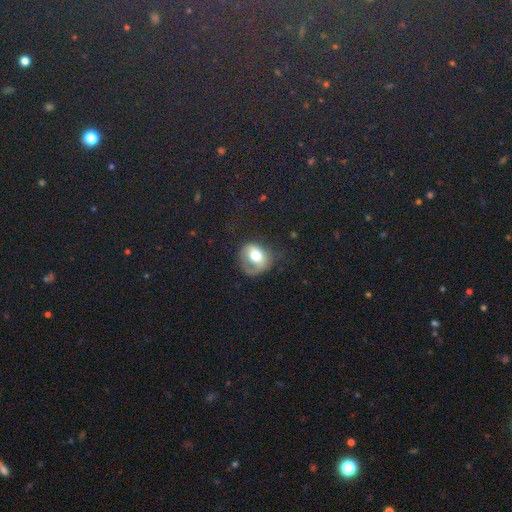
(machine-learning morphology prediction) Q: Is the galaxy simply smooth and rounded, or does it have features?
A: smooth — 59%.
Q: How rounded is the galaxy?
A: round — 63%.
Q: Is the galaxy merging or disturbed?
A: none — 41%.